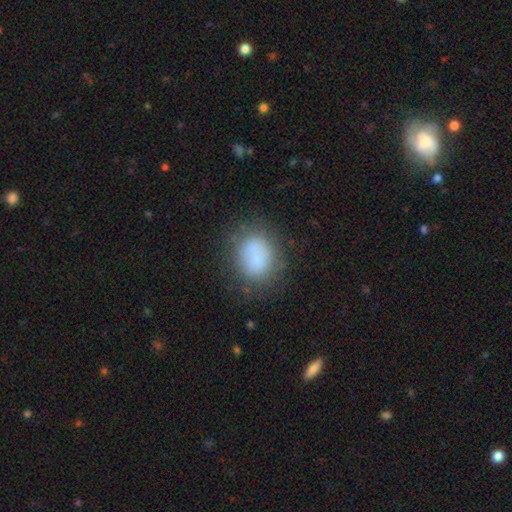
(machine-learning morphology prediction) Smooth or featured: smooth — 80% (star or artifact — 10%)
How rounded: round — 54% (in between — 45%)
Merging: none — 72% (minor disturbance — 17%)